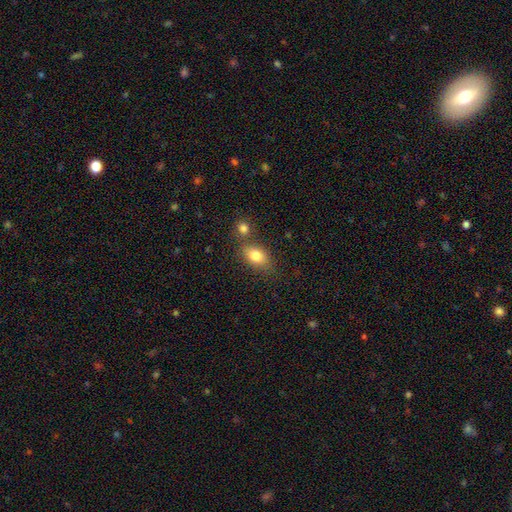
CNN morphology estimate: Overall: smooth (80%). How rounded: in between (80%). Merging: none (61%).